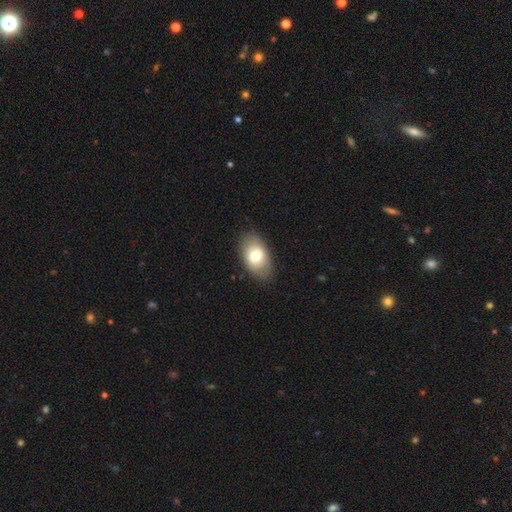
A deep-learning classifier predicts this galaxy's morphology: This is likely a smooth galaxy (73%). How rounded: clearly in between (91%). Merging: clearly none (85%).